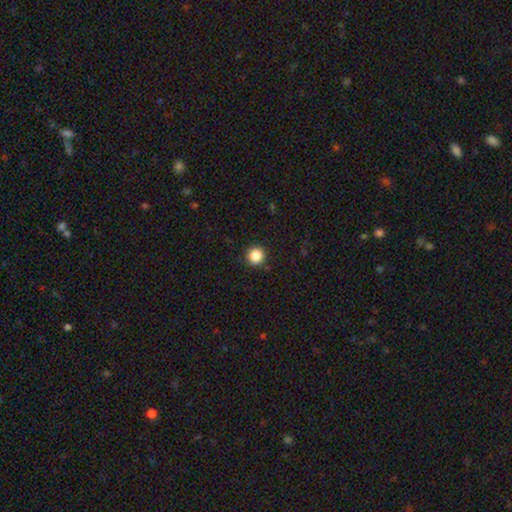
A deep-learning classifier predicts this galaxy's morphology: smooth-or-featured: smooth: 86% | star or artifact: 11% | featured or disk: 3%
  how-rounded: round: 95% | in between: 4% | cigar-shaped: 1%
  merging: none: 91% | minor disturbance: 6% | major disturbance: 2% | merger: 1%